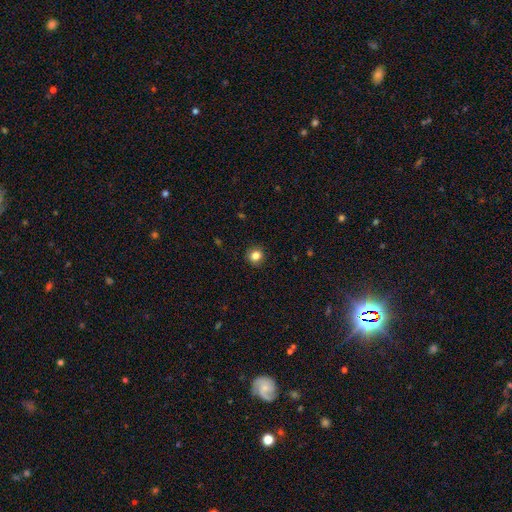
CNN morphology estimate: Overall: smooth (83%). How rounded: round (90%). Merging: none (91%).